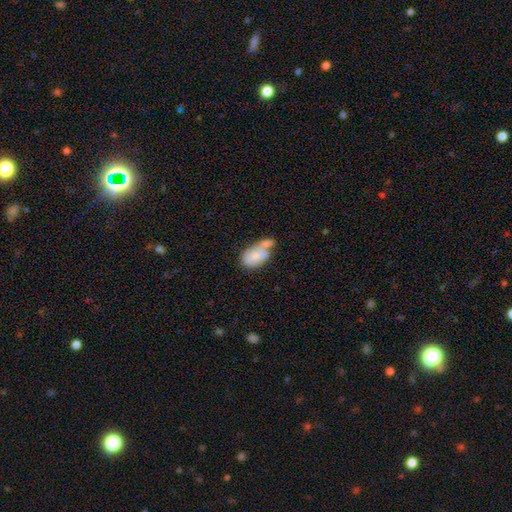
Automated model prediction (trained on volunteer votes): This appears to be a smooth galaxy with no disk features (70%) that is in between round and cigar-shaped (90%). Merging: merger (51%).